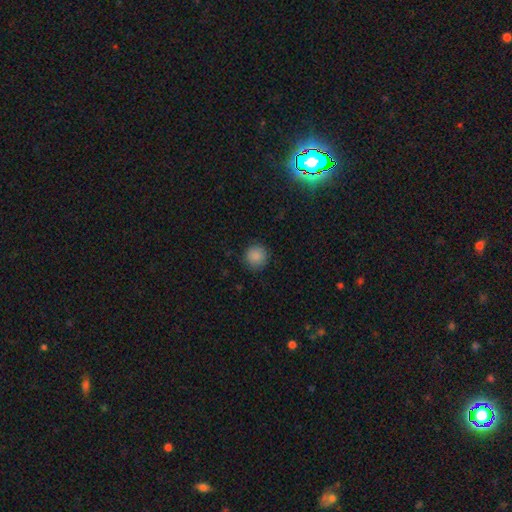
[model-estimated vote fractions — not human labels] A smooth galaxy with no disk features (87%) that is round (94%). Merging: none (90%).